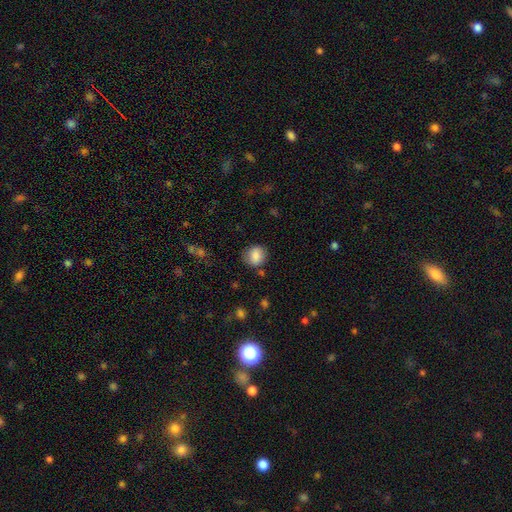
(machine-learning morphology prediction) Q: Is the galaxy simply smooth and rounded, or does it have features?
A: smooth — 84%.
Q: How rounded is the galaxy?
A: round — 73%.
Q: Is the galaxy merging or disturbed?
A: none — 76%.